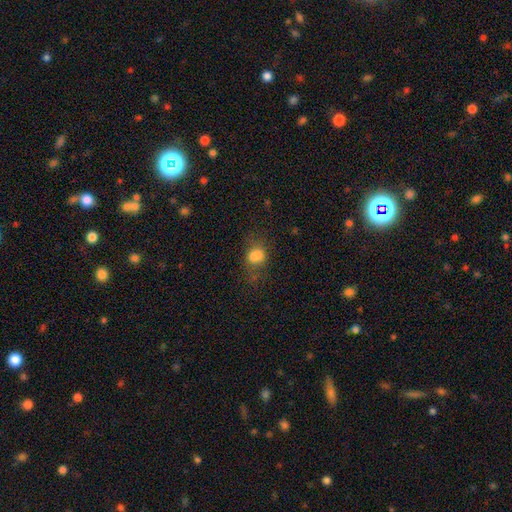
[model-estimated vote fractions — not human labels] The model was most divided on "how rounded": round: 50%, in between: 48%, cigar-shaped: 2%. Remaining: smooth or featured — smooth (73%); merging — none (44%).